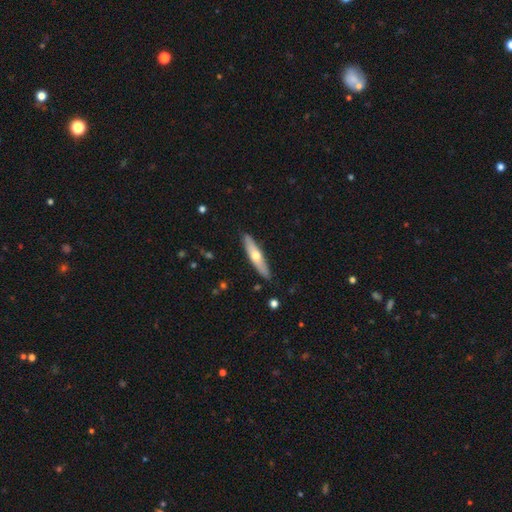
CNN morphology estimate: This is possibly a smooth galaxy (47%, tied with featured or disk). Merging: clearly none (89%).